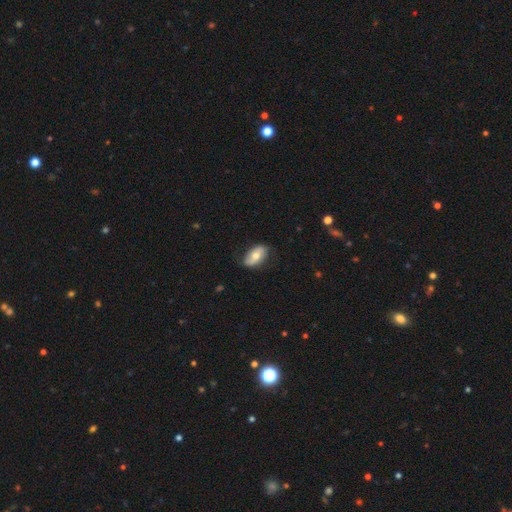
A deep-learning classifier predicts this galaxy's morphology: type=smooth (58%); roundness=in between (92%); merging=none (75%).